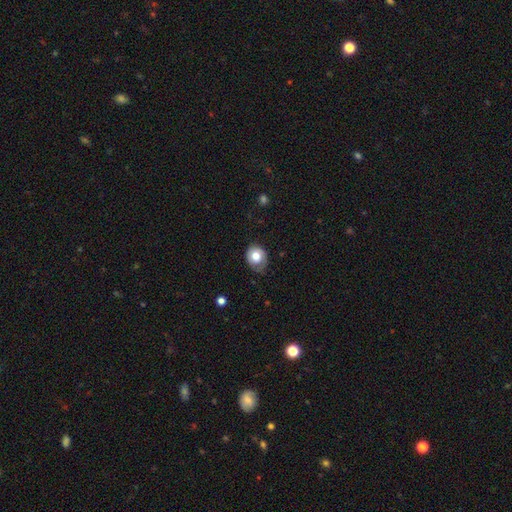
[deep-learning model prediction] smooth 69%, featured or disk 23%, star or artifact 8%. Down the decision tree: how rounded — round (60%); merging — none (58%).